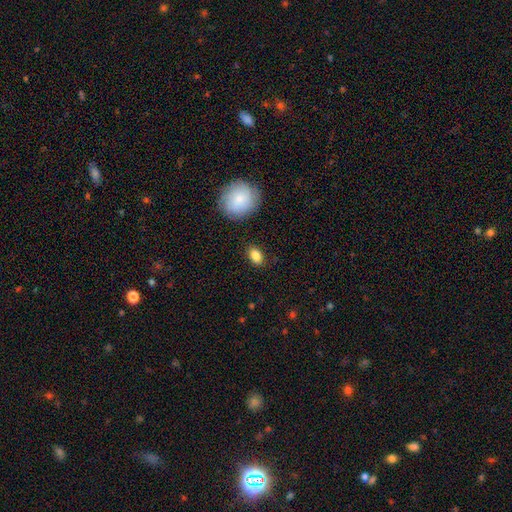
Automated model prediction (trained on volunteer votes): Smooth or featured? Predicted: smooth (p=0.86). How rounded? Predicted: in between (p=0.82). Merging? Predicted: none (p=0.85).